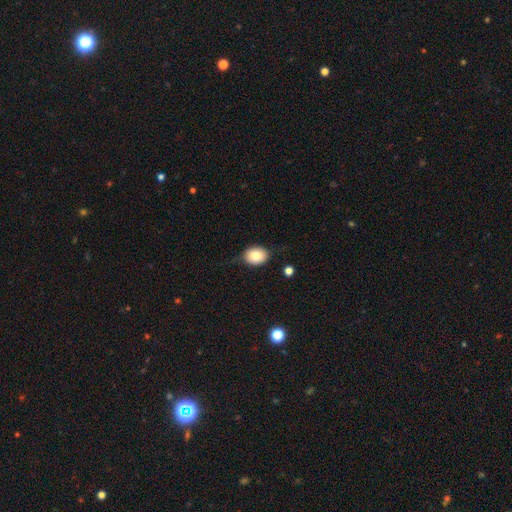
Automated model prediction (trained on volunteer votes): A smooth galaxy with no disk features (82%) that is in between round and cigar-shaped (54%). Merging: none (74%).